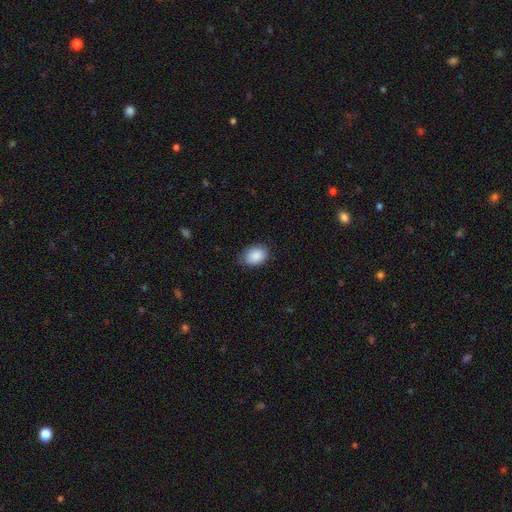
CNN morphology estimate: Smooth or featured? Predicted: smooth (p=0.88). How rounded? Predicted: in between (p=0.76). Merging? Predicted: none (p=0.79).